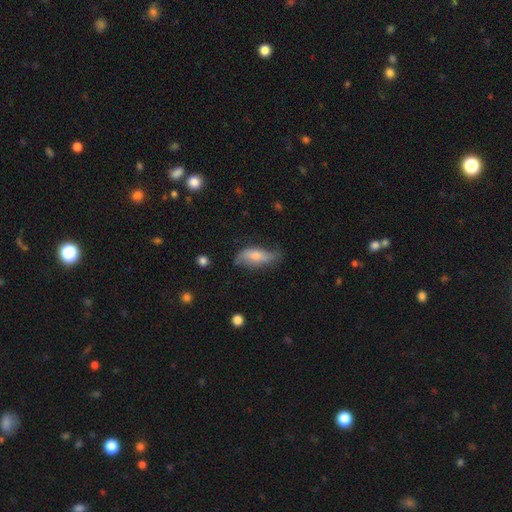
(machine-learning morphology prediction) Q: Smooth or featured?
A: smooth (48%); runner-up: featured or disk (45%)
Q: Merging?
A: none (54%); runner-up: minor disturbance (33%)